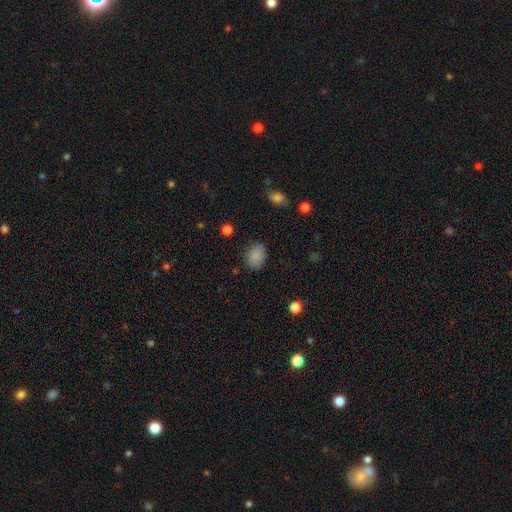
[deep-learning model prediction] smooth-or-featured: smooth: 86% | star or artifact: 10% | featured or disk: 4%
  how-rounded: in between: 62% | round: 37% | cigar-shaped: 1%
  merging: none: 80% | minor disturbance: 15% | major disturbance: 4% | merger: 1%